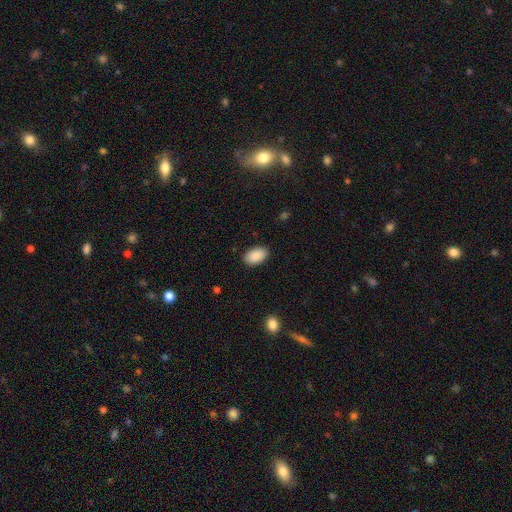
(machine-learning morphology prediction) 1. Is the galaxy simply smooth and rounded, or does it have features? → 90% smooth, 7% star or artifact, 3% featured or disk.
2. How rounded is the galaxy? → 94% in between, 5% round, 1% cigar-shaped.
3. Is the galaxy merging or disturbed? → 88% none, 9% minor disturbance, 2% major disturbance, 1% merger.